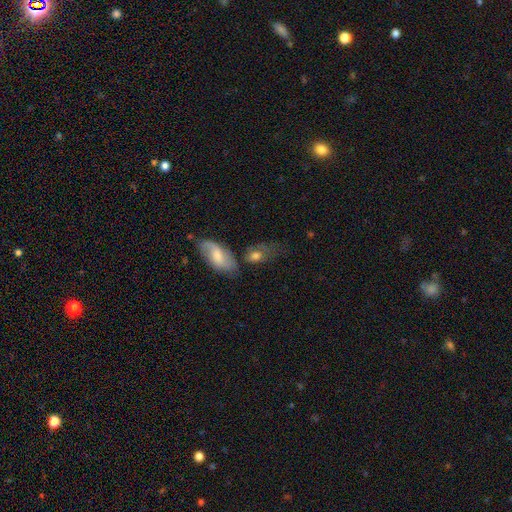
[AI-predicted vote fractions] smooth 71%, featured or disk 22%, star or artifact 7%. Down the decision tree: how rounded — in between (82%); merging — none (40%).